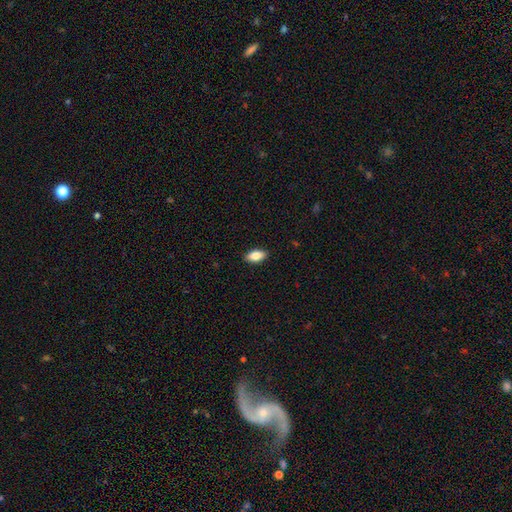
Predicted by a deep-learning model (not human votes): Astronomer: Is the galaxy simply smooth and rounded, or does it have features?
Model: smooth — 83%.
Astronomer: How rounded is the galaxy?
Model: in between — 91%.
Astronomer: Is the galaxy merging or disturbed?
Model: none — 90%.